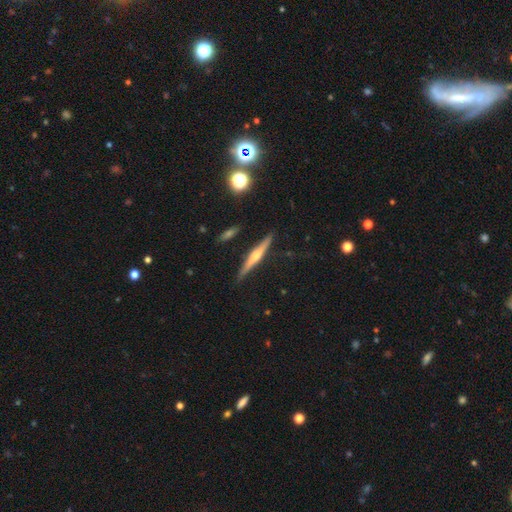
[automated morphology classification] featured or disk 69%, smooth 24%, star or artifact 7%. Down the decision tree: edge-on disk — yes (97%); edge-on bulge — rounded (84%); merging — none (88%).